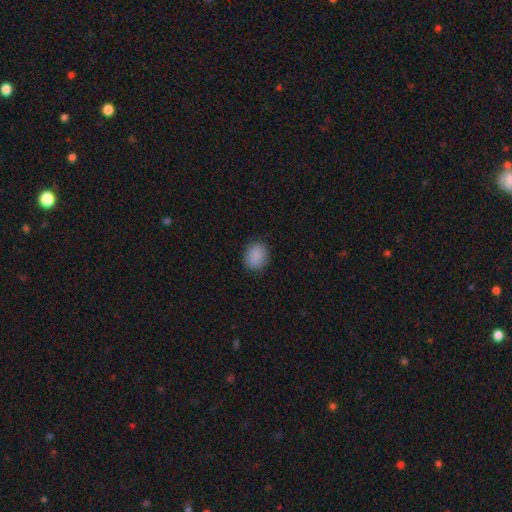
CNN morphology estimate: Smooth or featured?
  - smooth: 88% *
  - star or artifact: 9%
  - featured or disk: 3%
How rounded?
  - round: 61% *
  - in between: 38%
  - cigar-shaped: 1%
Merging?
  - none: 87% *
  - minor disturbance: 10%
  - major disturbance: 3%
  - merger: 1%